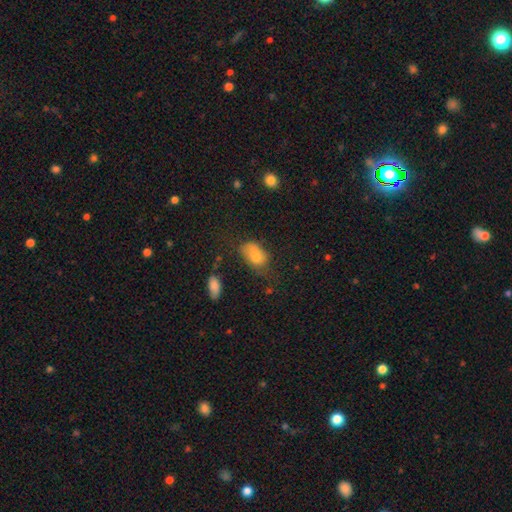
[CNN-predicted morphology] Overall: smooth (75%). How rounded: in between (86%). Merging: none (45%; minor disturbance 34%).